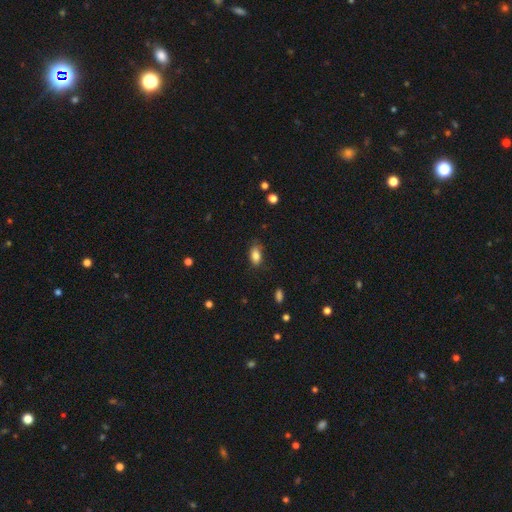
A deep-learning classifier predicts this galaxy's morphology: This is clearly a smooth galaxy (85%). How rounded: clearly in between (89%). Merging: likely none (74%).